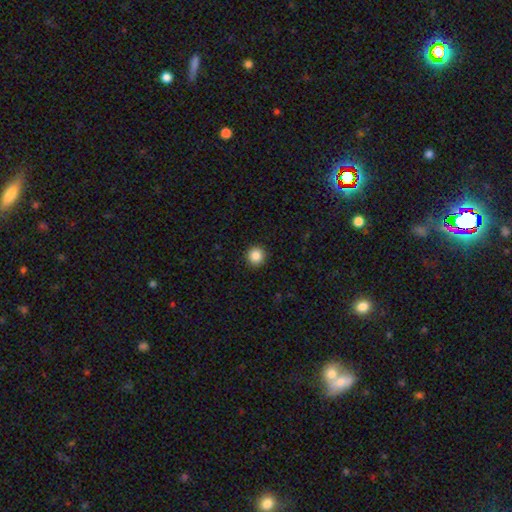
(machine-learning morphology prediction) A smooth galaxy with no disk features (86%) that is round (95%). Merging: none (93%).